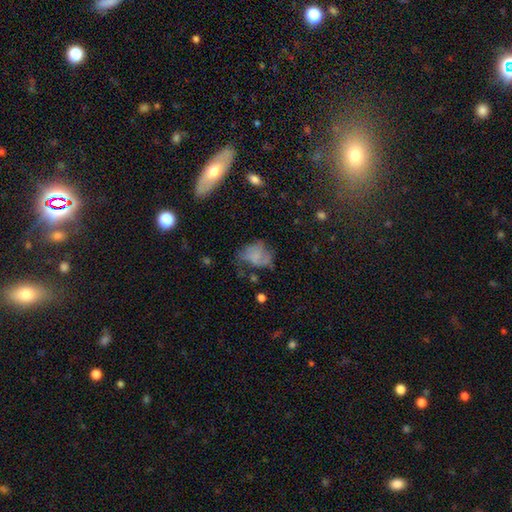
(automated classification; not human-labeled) Overall: smooth (58%; featured or disk 29%). How rounded: in between (66%; round 33%). Merging: none (35%; minor disturbance 31%).